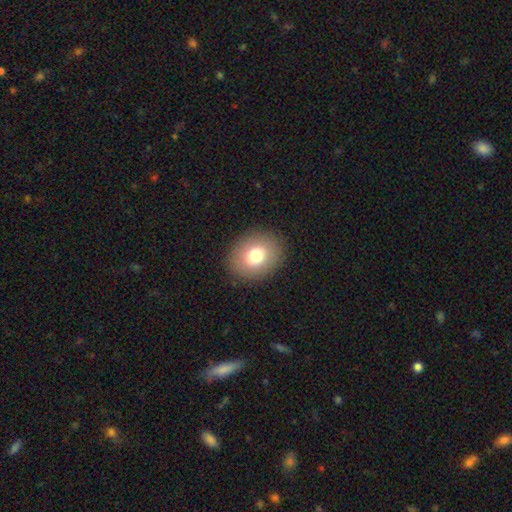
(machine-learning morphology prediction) This is likely a smooth galaxy (77%). How rounded: possibly round (52%). Merging: clearly none (89%).